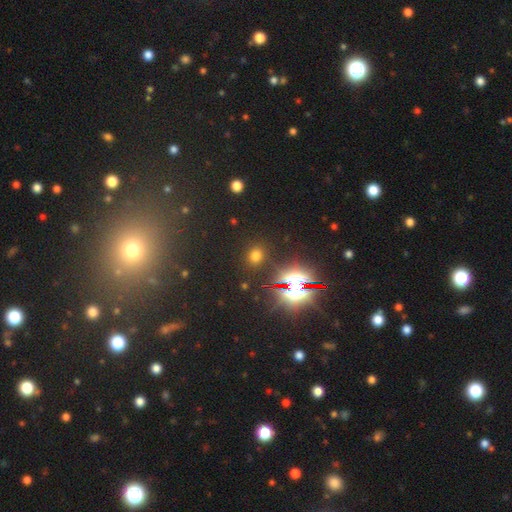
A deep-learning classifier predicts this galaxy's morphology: Smooth or featured? smooth (60%)
How rounded? round (70%)
Merging? none (87%)